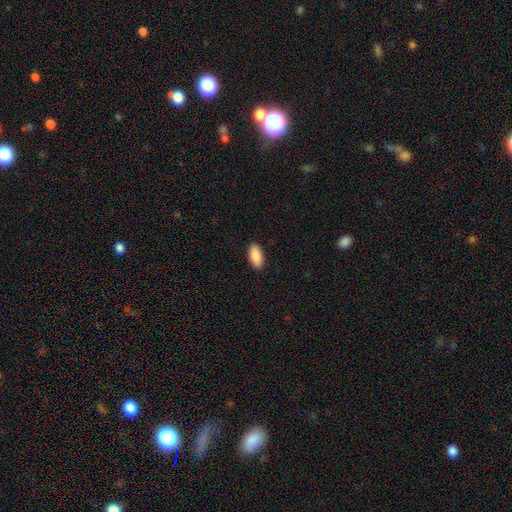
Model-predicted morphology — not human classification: The model was most divided on "how rounded": in between: 91%, cigar-shaped: 7%, round: 2%. More confident: merging — none (91%); smooth or featured — smooth (90%).